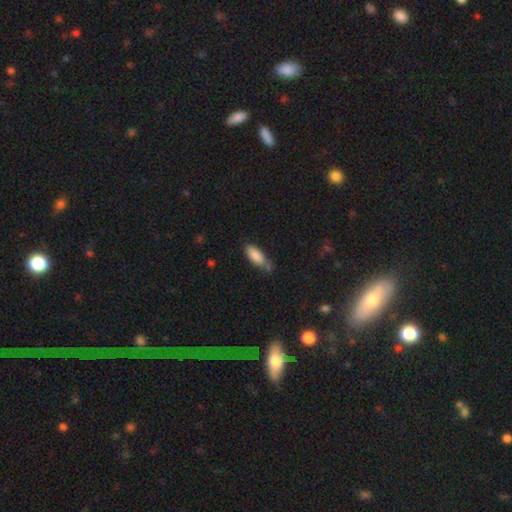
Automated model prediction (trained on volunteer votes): This is clearly a smooth galaxy (86%). How rounded: clearly in between (80%). Merging: possibly none (55%).